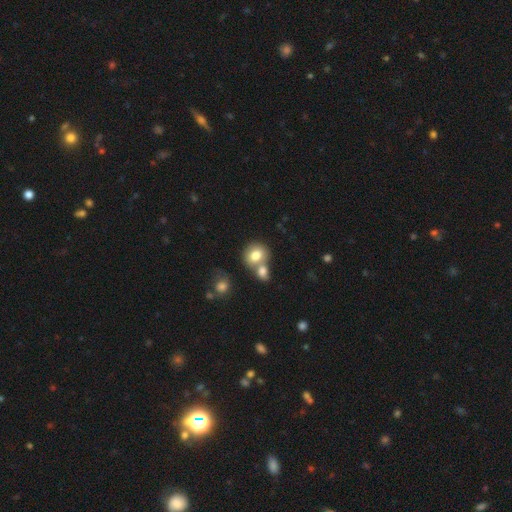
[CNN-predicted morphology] This is likely a smooth galaxy (78%). How rounded: likely round (66%). Merging: possibly merger (48%).